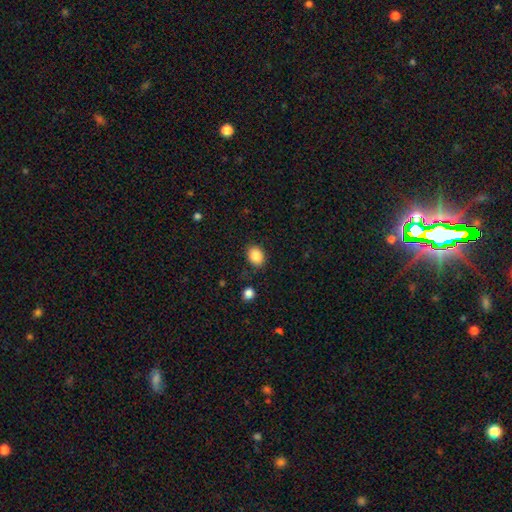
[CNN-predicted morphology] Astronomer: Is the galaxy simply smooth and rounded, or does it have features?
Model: smooth — 86%.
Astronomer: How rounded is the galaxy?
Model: in between — 55% (runner-up: round, 44%).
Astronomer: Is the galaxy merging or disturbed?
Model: none — 84%.